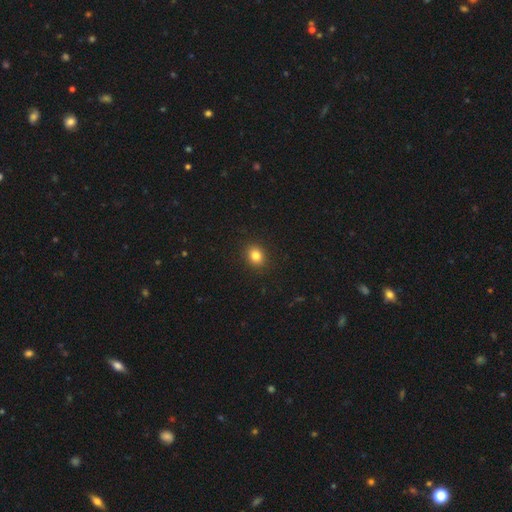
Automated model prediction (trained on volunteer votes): Overall: smooth (83%). How rounded: round (59%; in between 40%). Merging: none (91%).